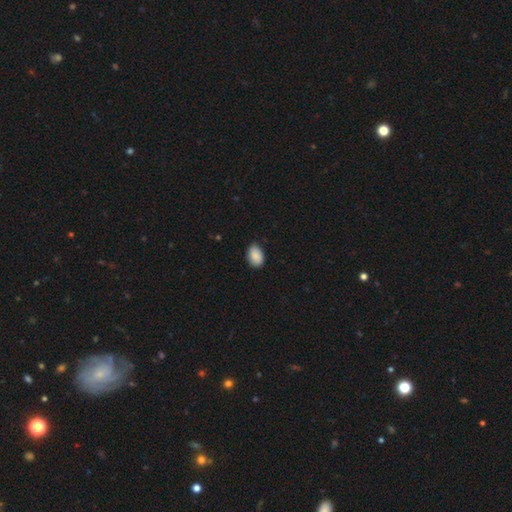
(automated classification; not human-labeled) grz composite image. It shows a smooth galaxy with no disk features (90%) that is in between round and cigar-shaped (86%). Merging: none (76%).